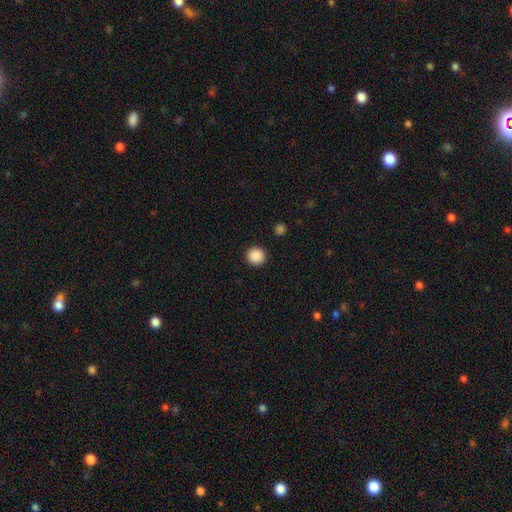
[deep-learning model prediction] Smooth or featured? Predicted: smooth (p=0.89). How rounded? Predicted: round (p=0.94). Merging? Predicted: none (p=0.93).